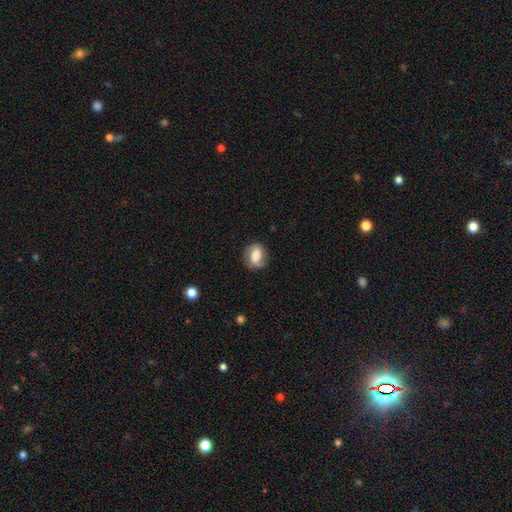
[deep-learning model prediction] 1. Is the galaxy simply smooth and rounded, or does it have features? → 52% smooth, 40% featured or disk, 8% star or artifact.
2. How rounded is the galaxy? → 57% in between, 41% round, 2% cigar-shaped.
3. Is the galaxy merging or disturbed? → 79% none, 15% minor disturbance, 5% major disturbance, 1% merger.